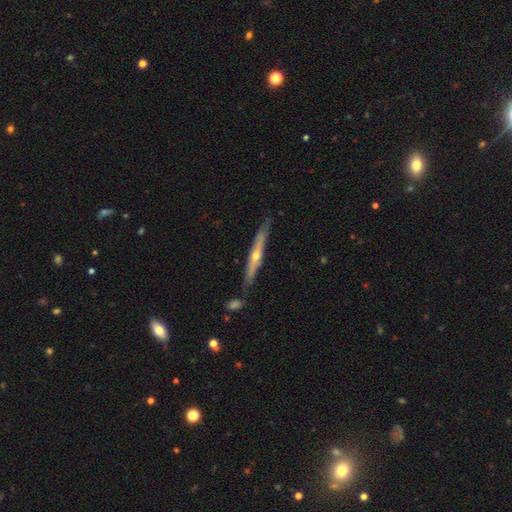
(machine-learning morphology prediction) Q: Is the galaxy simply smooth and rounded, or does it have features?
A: featured or disk — 72%.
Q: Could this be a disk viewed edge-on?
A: yes — 94%.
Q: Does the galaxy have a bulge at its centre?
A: rounded — 81%.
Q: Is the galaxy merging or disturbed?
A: none — 80%.